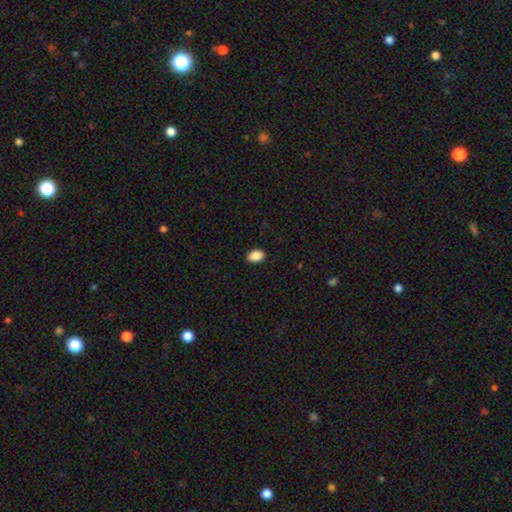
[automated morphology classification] Smooth or featured: smooth — 89% (star or artifact — 8%)
How rounded: in between — 86% (round — 12%)
Merging: none — 90% (minor disturbance — 7%)